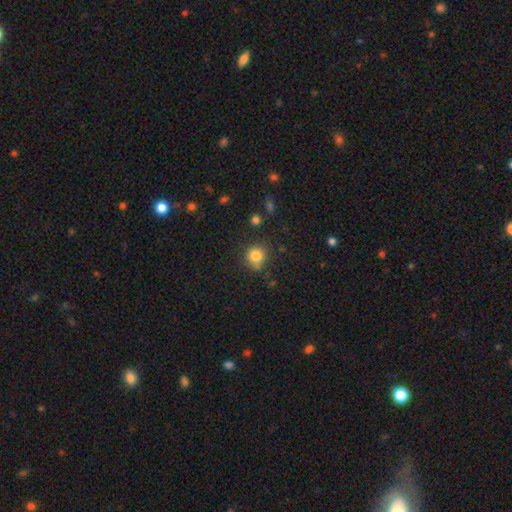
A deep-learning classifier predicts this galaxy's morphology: The model was most divided on "merging": none: 73%, minor disturbance: 15%, merger: 7%, major disturbance: 4%. More confident: how rounded — round (90%); smooth or featured — smooth (81%).